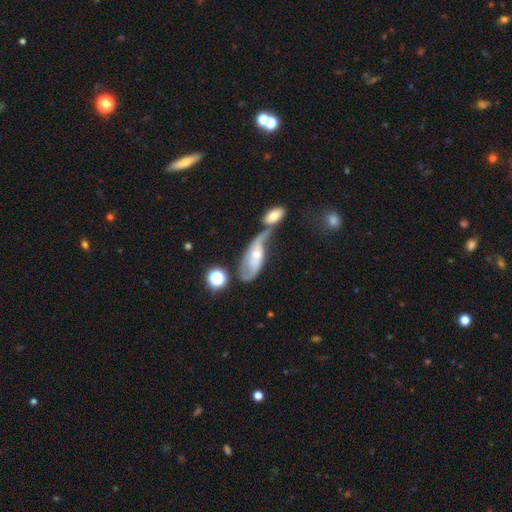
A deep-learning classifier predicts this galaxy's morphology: A featured or disk galaxy (61%) with no bar (65%), spiral arms (72%) and a moderate central bulge (50%). Merging: merger (50%).